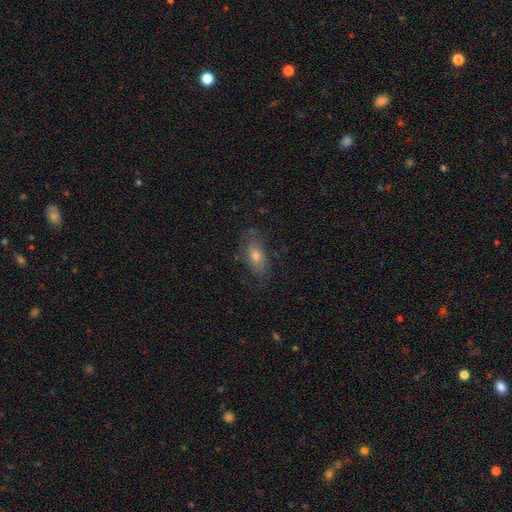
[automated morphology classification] A featured or disk galaxy (50%).

Vote fractions:
- Smooth or featured? featured or disk: 50% / smooth: 39% / star or artifact: 12%
- Merging? none: 67% / minor disturbance: 20% / major disturbance: 11% / merger: 1%